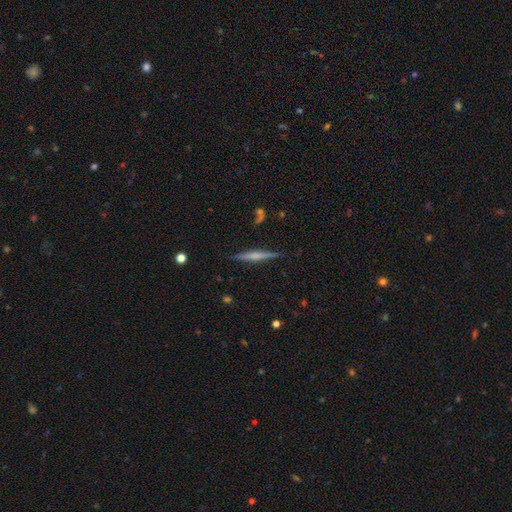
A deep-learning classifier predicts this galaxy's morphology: This is likely a featured or disk galaxy (67%). It is clearly viewed edge-on (98%). Edge-on bulge: possibly rounded (55%). Merging: clearly none (89%).